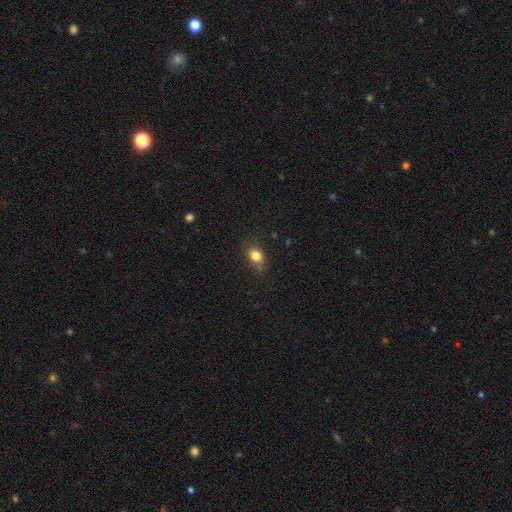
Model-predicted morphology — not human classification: smooth-or-featured: smooth: 82% | star or artifact: 11% | featured or disk: 7%
  how-rounded: in between: 54% | round: 44% | cigar-shaped: 2%
  merging: none: 71% | minor disturbance: 21% | major disturbance: 5% | merger: 3%